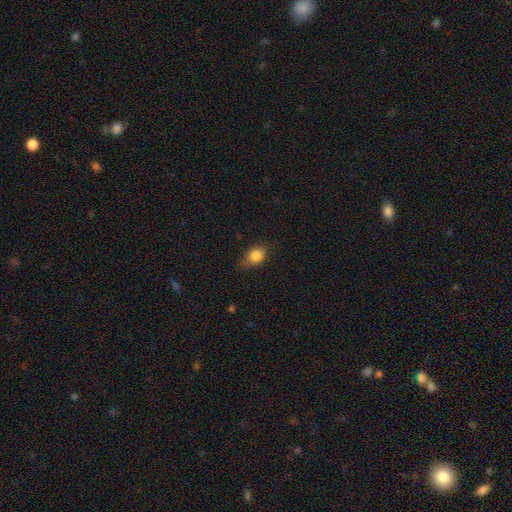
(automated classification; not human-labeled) Smooth or featured? smooth (85%)
How rounded? in between (53%)
Merging? none (70%)